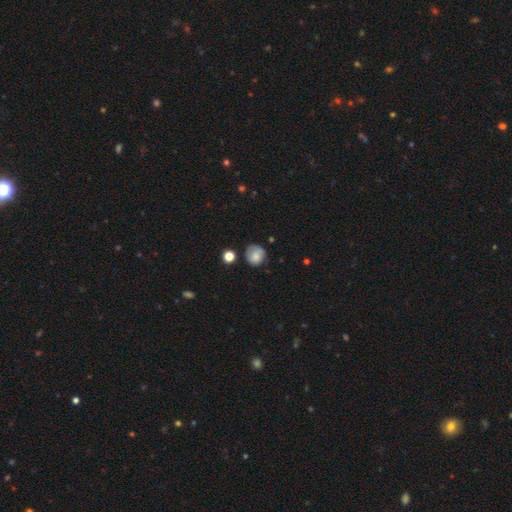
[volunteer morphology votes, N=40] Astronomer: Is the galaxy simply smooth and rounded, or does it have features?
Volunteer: smooth — 65%.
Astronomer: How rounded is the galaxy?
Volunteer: round — 92%.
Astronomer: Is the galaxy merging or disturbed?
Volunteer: none — 86%.